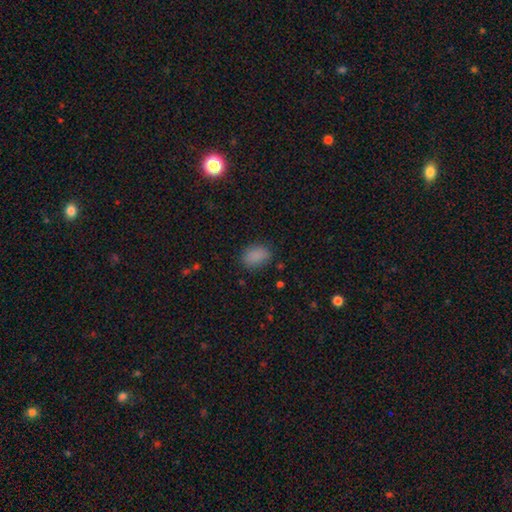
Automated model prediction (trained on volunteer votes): A smooth galaxy with no disk features (86%) that is in between round and cigar-shaped (80%).

Vote fractions:
- Smooth or featured? smooth: 86% / star or artifact: 11% / featured or disk: 4%
- How rounded? in between: 80% / round: 19% / cigar-shaped: 1%
- Merging? none: 82% / minor disturbance: 13% / major disturbance: 4% / merger: 1%